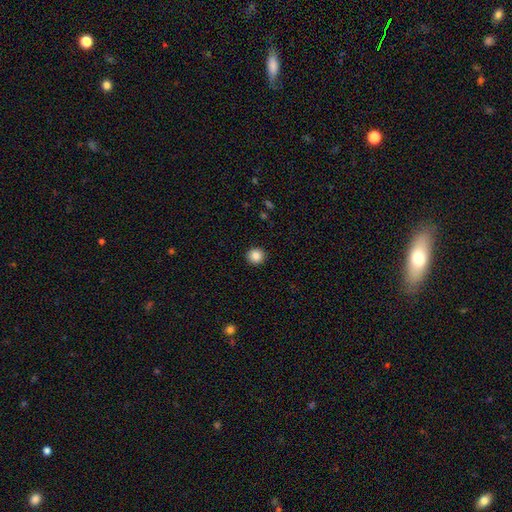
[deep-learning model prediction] Smooth or featured?
  - smooth: 87% *
  - star or artifact: 10%
  - featured or disk: 4%
How rounded?
  - round: 93% *
  - in between: 6%
  - cigar-shaped: 1%
Merging?
  - none: 93% *
  - minor disturbance: 5%
  - major disturbance: 2%
  - merger: 1%